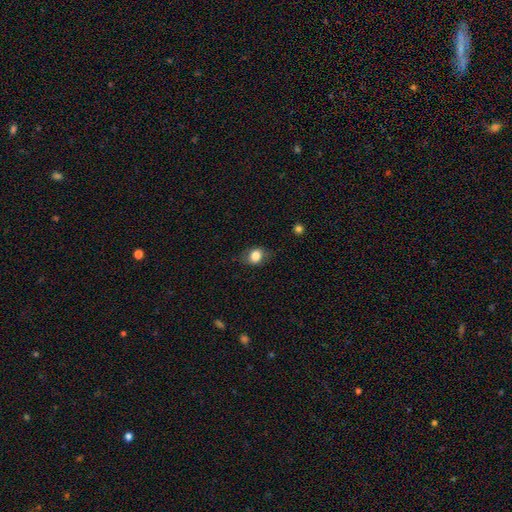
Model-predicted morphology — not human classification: type=smooth (80%); roundness=in between (60%); merging=none (73%).